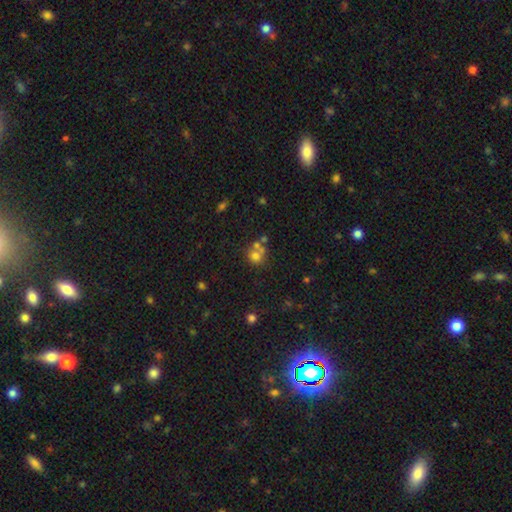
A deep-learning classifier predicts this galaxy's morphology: Smooth or featured? Predicted: smooth (p=0.67). How rounded? Predicted: round (p=0.84). Merging? Predicted: none (p=0.49).